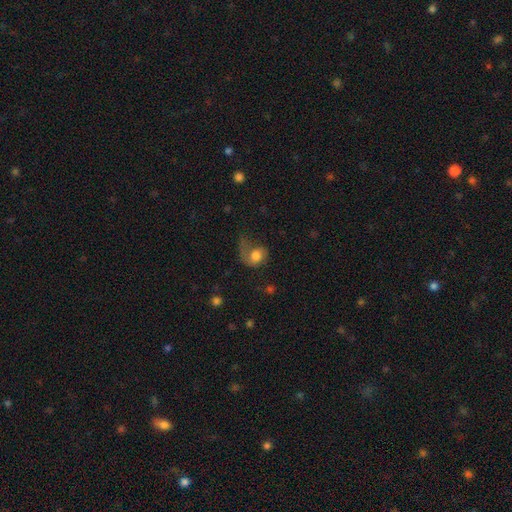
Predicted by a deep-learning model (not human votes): Morphology: type=smooth (64%); roundness=round (56%); merging=major disturbance (49%).